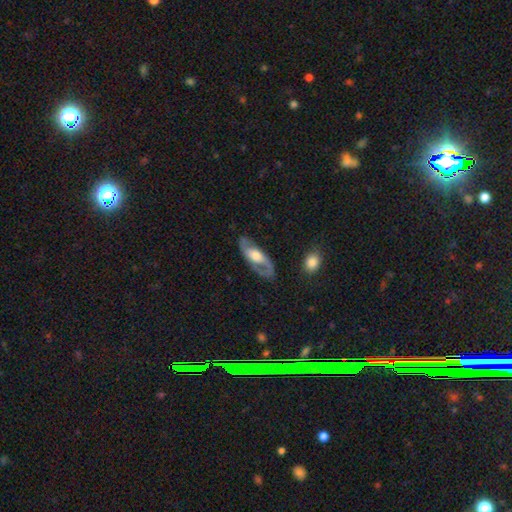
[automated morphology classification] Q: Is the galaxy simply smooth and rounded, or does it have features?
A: featured or disk — 77%.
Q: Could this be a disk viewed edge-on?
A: no — 88%.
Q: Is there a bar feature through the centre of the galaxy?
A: no — 51%.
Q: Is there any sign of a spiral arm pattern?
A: yes — 86%.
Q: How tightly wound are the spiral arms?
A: medium — 49%.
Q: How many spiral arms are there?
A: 2 — 86%.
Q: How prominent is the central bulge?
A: moderate — 58%.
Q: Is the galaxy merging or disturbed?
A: none — 76%.